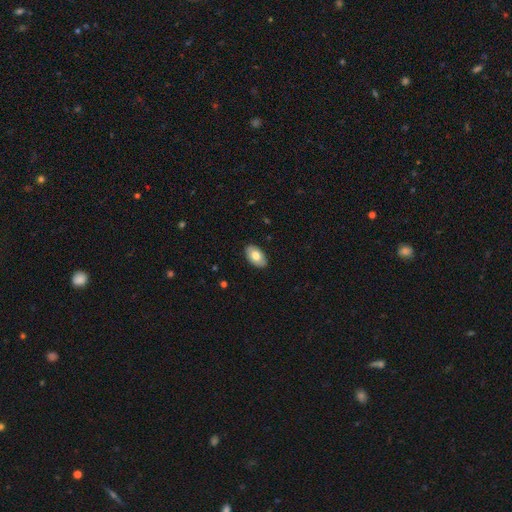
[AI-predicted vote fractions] Q: Smooth or featured?
A: smooth (72%); runner-up: featured or disk (22%)
Q: How rounded?
A: in between (93%); runner-up: round (5%)
Q: Merging?
A: none (88%); runner-up: minor disturbance (10%)